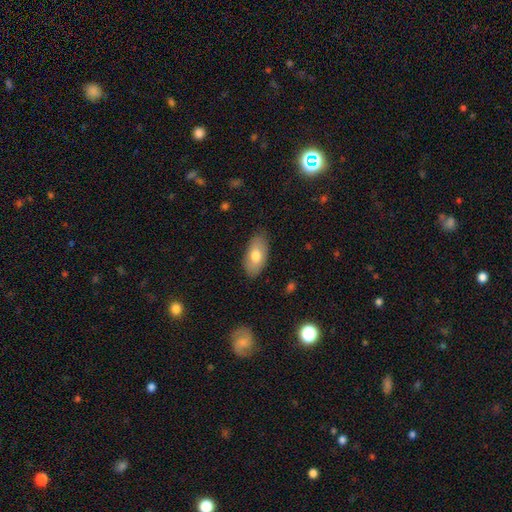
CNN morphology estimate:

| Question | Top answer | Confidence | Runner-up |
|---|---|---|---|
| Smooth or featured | smooth | 73% | featured or disk (21%) |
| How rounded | in between | 93% | cigar-shaped (4%) |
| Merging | none | 83% | minor disturbance (13%) |